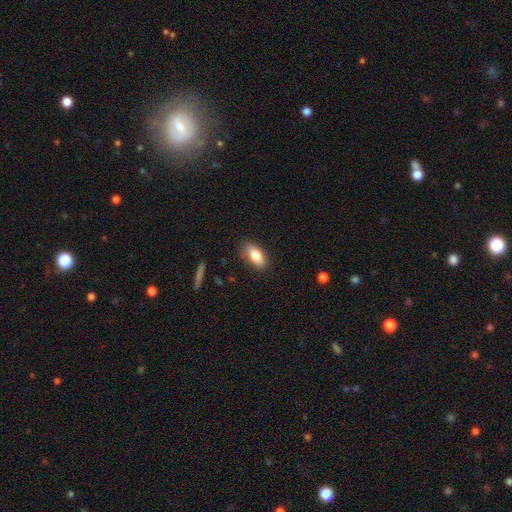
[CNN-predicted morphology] Smooth or featured?
  - smooth: 81% *
  - featured or disk: 11%
  - star or artifact: 7%
How rounded?
  - in between: 87% *
  - cigar-shaped: 9%
  - round: 4%
Merging?
  - none: 84% *
  - minor disturbance: 12%
  - major disturbance: 3%
  - merger: 1%